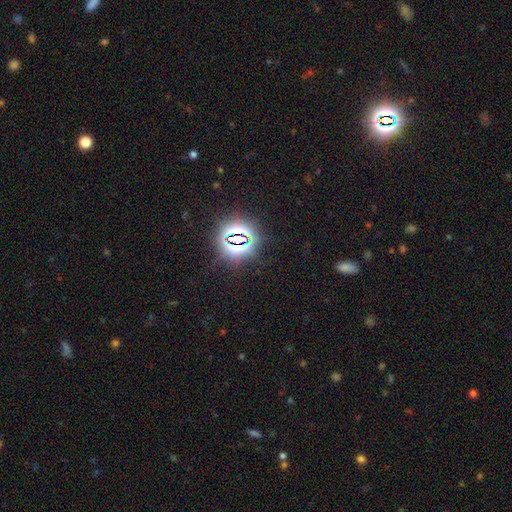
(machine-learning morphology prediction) Smooth or featured: star or artifact — 79% (smooth — 14%)